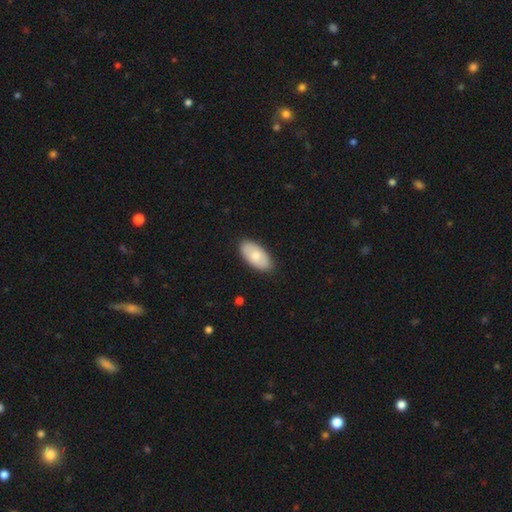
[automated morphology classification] Smooth or featured? Predicted: smooth (p=0.71). How rounded? Predicted: in between (p=0.94). Merging? Predicted: none (p=0.87).